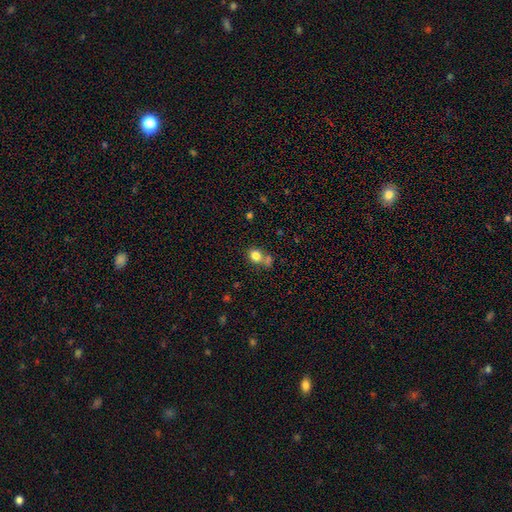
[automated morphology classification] Q: Smooth or featured?
A: smooth (81%); runner-up: star or artifact (11%)
Q: How rounded?
A: round (69%); runner-up: in between (30%)
Q: Merging?
A: none (50%); runner-up: merger (33%)